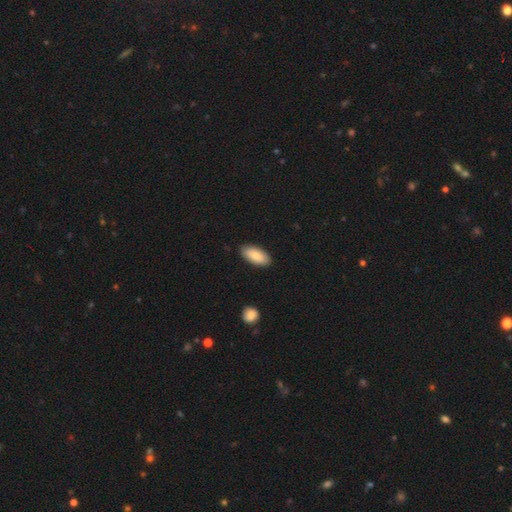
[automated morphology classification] Smooth or featured? smooth (84%)
How rounded? in between (92%)
Merging? none (88%)